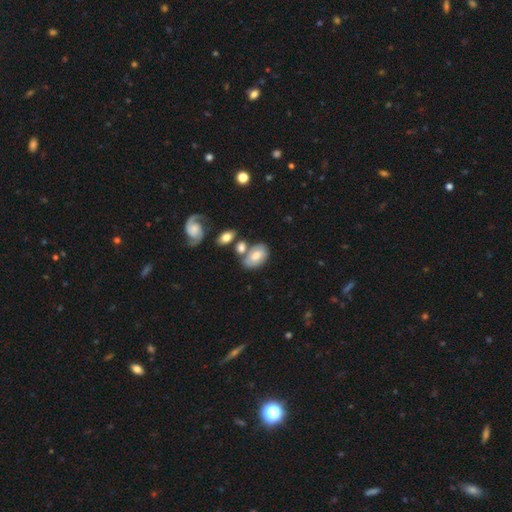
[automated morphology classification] Smooth or featured? Predicted: smooth (p=0.57). How rounded? Predicted: in between (p=0.87). Merging? Predicted: none (p=0.52).